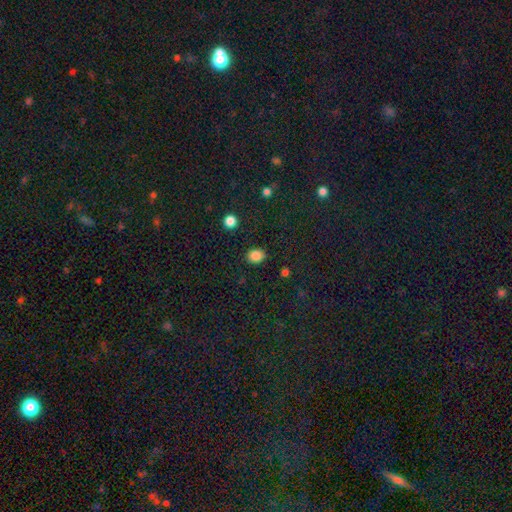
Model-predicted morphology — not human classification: A smooth galaxy with no disk features (86%) that is round (52%). Merging: none (88%).